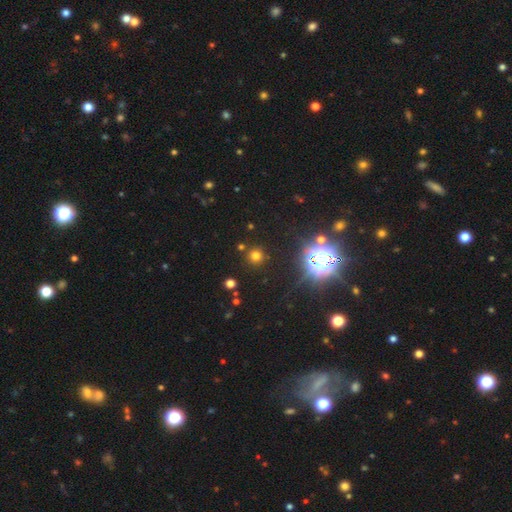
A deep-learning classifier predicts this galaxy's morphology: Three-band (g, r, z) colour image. It shows a smooth galaxy with no disk features (63%) that is round (93%). Merging: none (87%).